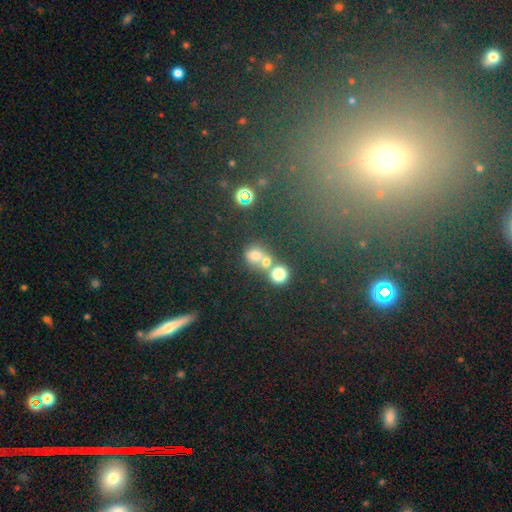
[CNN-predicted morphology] type=smooth (68%); roundness=round (77%); merging=merger (53%).